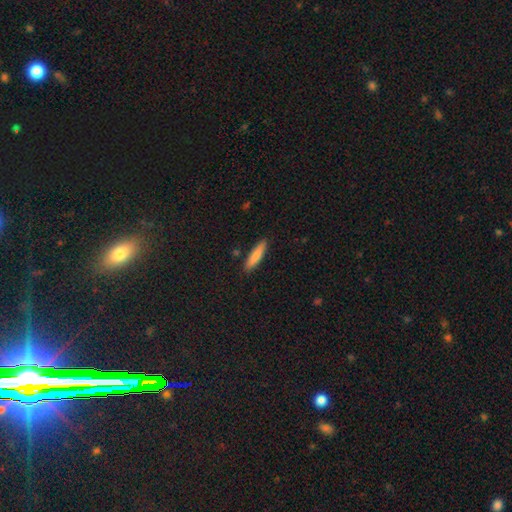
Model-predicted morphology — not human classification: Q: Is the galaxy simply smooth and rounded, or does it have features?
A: smooth — 79%.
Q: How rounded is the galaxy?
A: cigar-shaped — 82%.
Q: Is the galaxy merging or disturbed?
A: none — 88%.